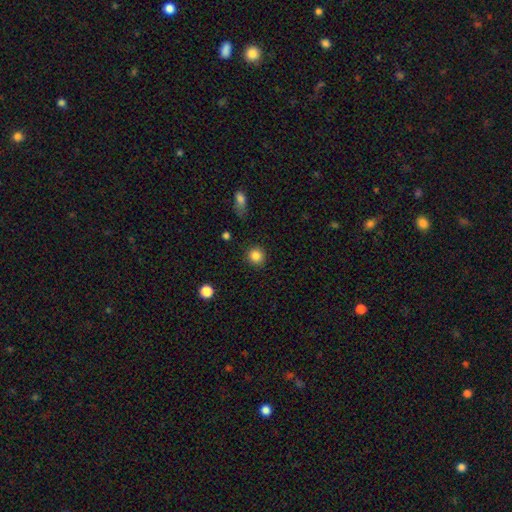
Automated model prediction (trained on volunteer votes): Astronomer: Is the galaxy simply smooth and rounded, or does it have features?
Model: smooth — 86%.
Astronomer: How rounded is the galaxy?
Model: round — 91%.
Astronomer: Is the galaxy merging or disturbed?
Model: none — 88%.